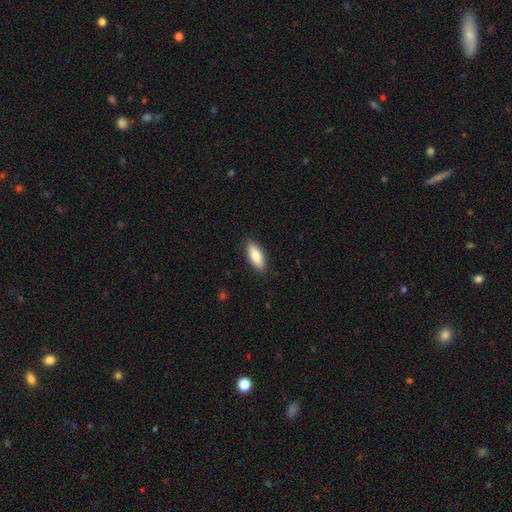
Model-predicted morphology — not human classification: Q: Smooth or featured?
A: smooth (83%); runner-up: featured or disk (11%)
Q: How rounded?
A: in between (75%); runner-up: cigar-shaped (23%)
Q: Merging?
A: none (88%); runner-up: minor disturbance (9%)